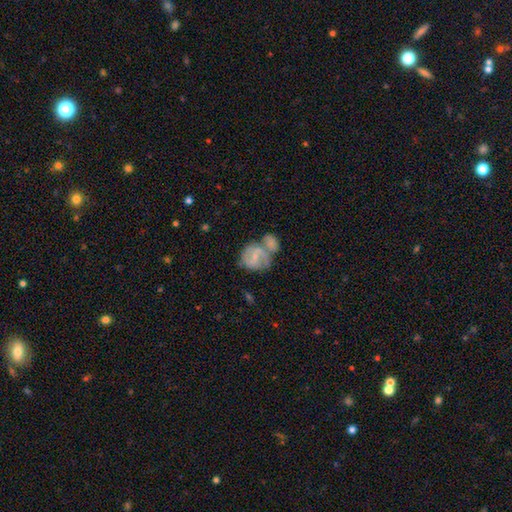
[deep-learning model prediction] smooth_or_featured: featured or disk (p=0.57) [alt: smooth p=0.35]
disk_edge_on: no (p=0.97) [alt: yes p=0.03]
bar: weak (p=0.47) [alt: no p=0.35]
has_spiral_arms: yes (p=0.71) [alt: no p=0.29]
bulge_size: small (p=0.61) [alt: moderate p=0.22]
merging: merger (p=0.58) [alt: none p=0.23]